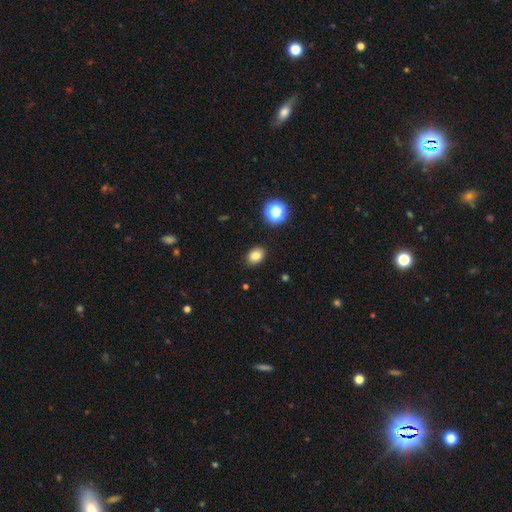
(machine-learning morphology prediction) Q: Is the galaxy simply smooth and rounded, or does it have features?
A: smooth — 82%.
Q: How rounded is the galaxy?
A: in between — 70%.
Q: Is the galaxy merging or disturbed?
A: none — 89%.